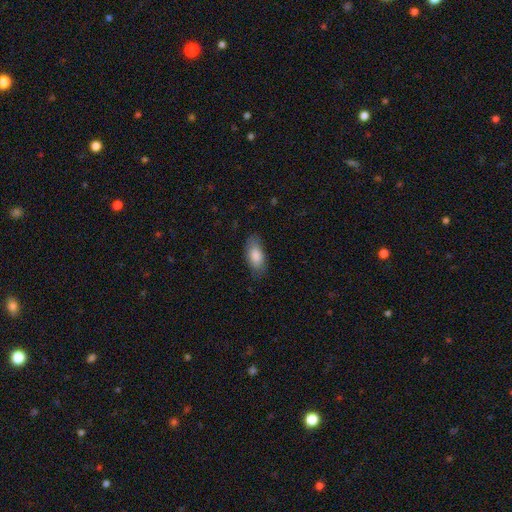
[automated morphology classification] Smooth or featured? Predicted: smooth (p=0.85). How rounded? Predicted: in between (p=0.89). Merging? Predicted: none (p=0.80).